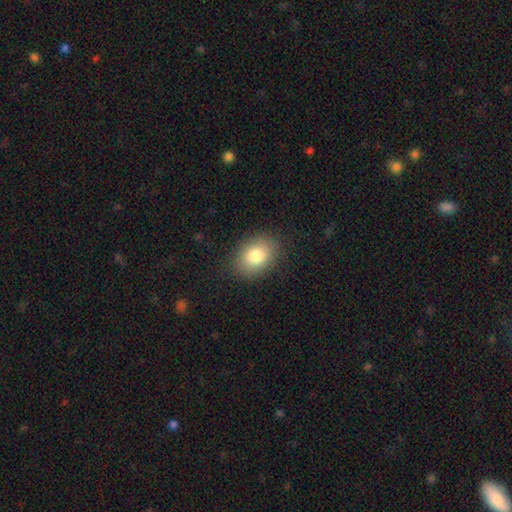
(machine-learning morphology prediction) A smooth galaxy with no disk features (82%) that is in between round and cigar-shaped (67%). Merging: none (86%).